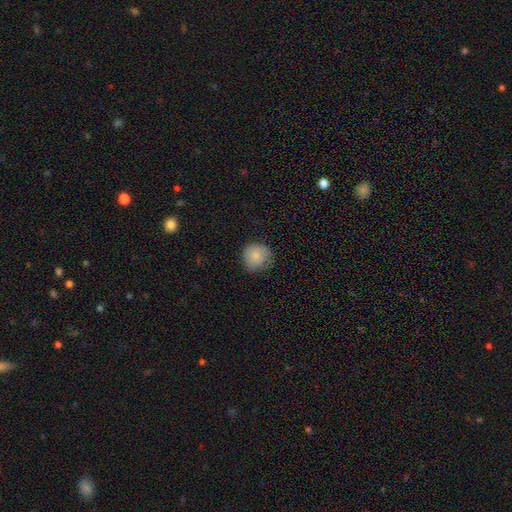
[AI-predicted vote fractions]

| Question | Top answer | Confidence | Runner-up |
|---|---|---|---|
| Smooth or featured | smooth | 84% | star or artifact (8%) |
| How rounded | round | 89% | in between (10%) |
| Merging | none | 73% | minor disturbance (22%) |